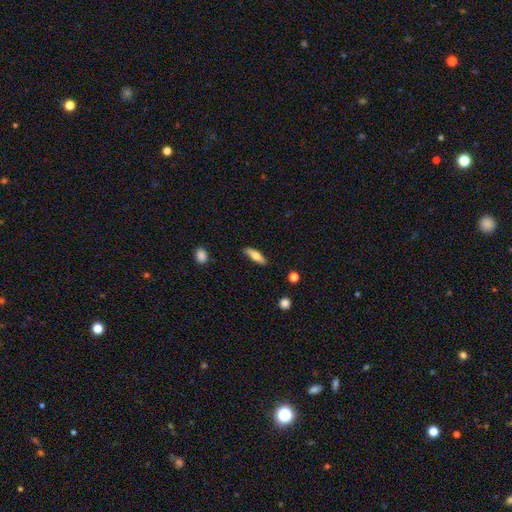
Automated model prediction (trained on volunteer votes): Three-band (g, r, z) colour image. It shows a smooth galaxy with no disk features (60%) that is cigar-shaped (64%). Merging: none (84%).